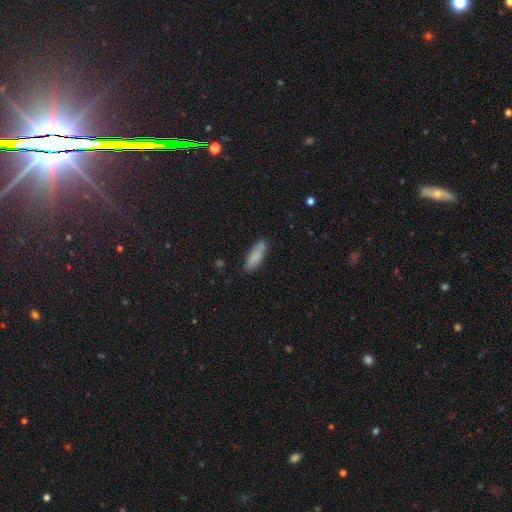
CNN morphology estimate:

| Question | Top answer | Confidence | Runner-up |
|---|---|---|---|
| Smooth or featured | smooth | 86% | featured or disk (8%) |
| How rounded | cigar-shaped | 55% | in between (44%) |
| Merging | none | 82% | minor disturbance (13%) |